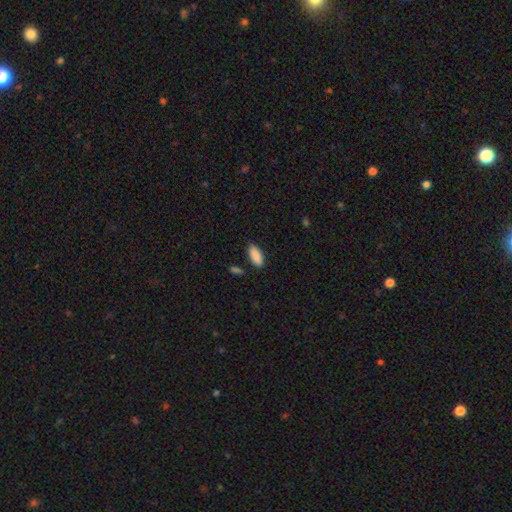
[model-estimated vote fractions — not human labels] smooth 90%, star or artifact 7%, featured or disk 3%. Down the decision tree: how rounded — in between (84%); merging — none (85%).